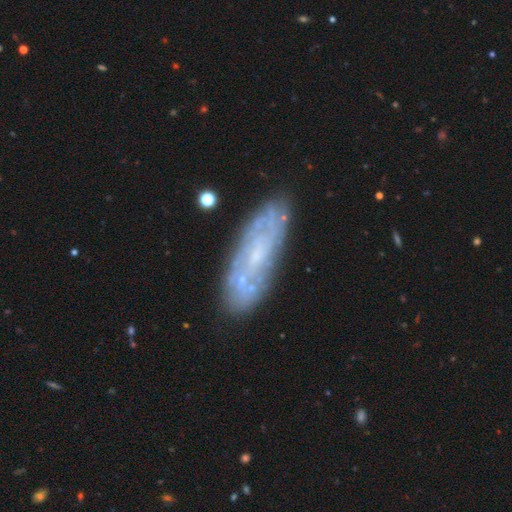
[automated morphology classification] A featured or disk galaxy (65%) with no bar (71%), spiral arms (61%) and a small central bulge (70%). Merging: none (77%).